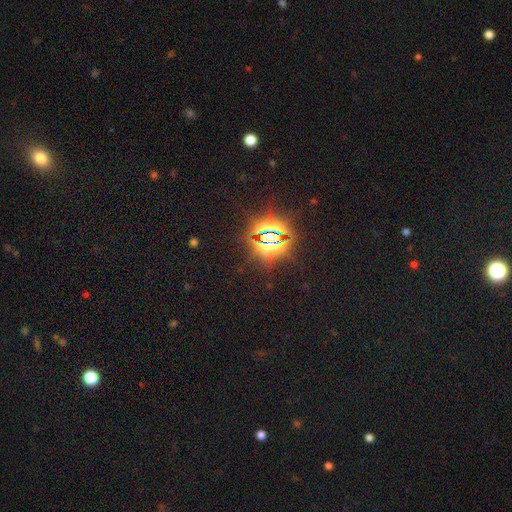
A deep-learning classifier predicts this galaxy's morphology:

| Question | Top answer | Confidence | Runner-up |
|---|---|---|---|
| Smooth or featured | star or artifact | 83% | smooth (10%) |